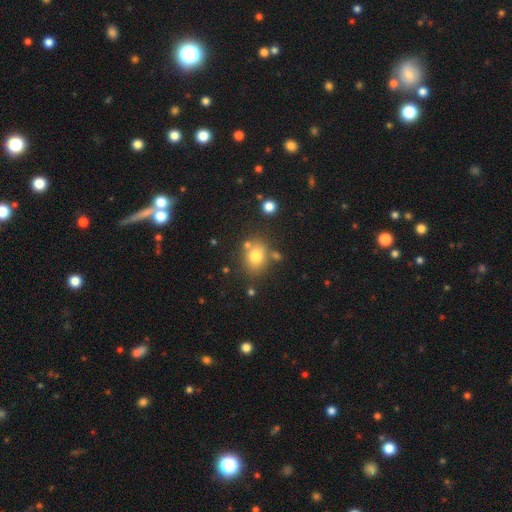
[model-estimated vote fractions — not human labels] Q: Smooth or featured?
A: smooth (76%); runner-up: star or artifact (12%)
Q: How rounded?
A: round (58%); runner-up: in between (41%)
Q: Merging?
A: none (71%); runner-up: minor disturbance (13%)